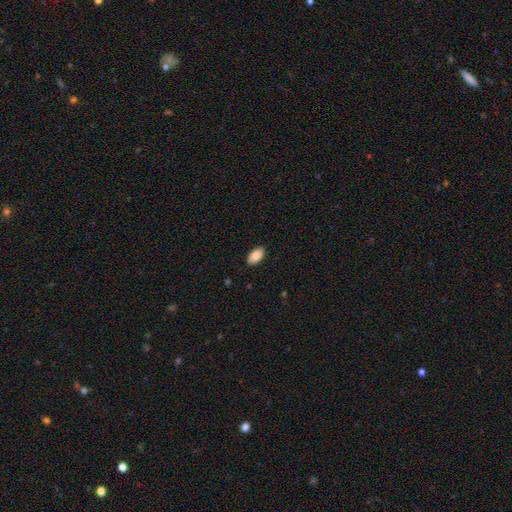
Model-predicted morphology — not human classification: Q: Smooth or featured?
A: smooth (86%); runner-up: featured or disk (7%)
Q: How rounded?
A: in between (95%); runner-up: round (3%)
Q: Merging?
A: none (89%); runner-up: minor disturbance (8%)